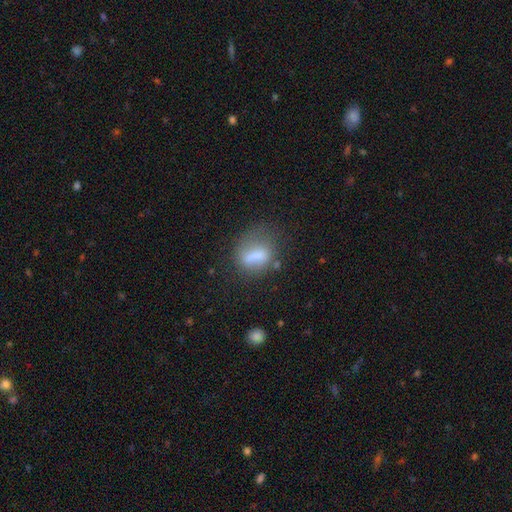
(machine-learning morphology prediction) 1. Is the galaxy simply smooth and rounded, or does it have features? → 67% smooth, 21% featured or disk, 11% star or artifact.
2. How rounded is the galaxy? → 60% in between, 33% round, 7% cigar-shaped.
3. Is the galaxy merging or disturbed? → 41% none, 26% minor disturbance, 23% major disturbance, 10% merger.